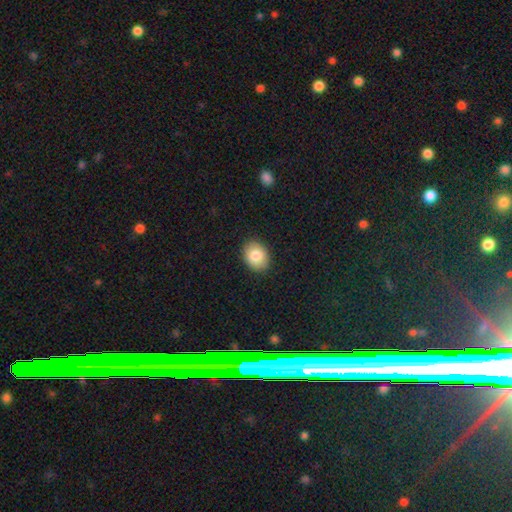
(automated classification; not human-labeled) Smooth or featured? Predicted: smooth (p=0.83). How rounded? Predicted: in between (p=0.59). Merging? Predicted: none (p=0.89).